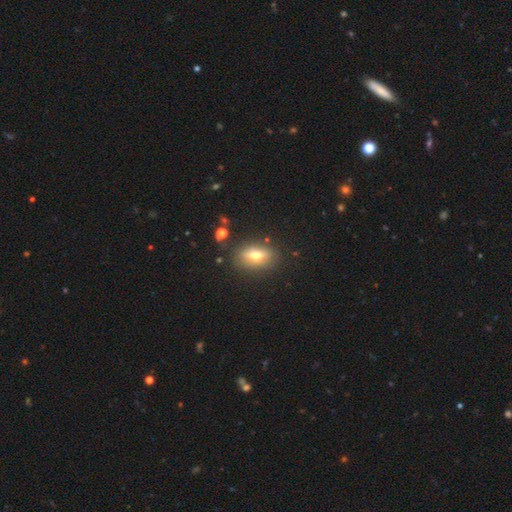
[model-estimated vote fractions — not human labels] Q: Smooth or featured?
A: smooth (54%); runner-up: featured or disk (36%)
Q: How rounded?
A: in between (73%); runner-up: round (17%)
Q: Merging?
A: none (82%); runner-up: minor disturbance (11%)